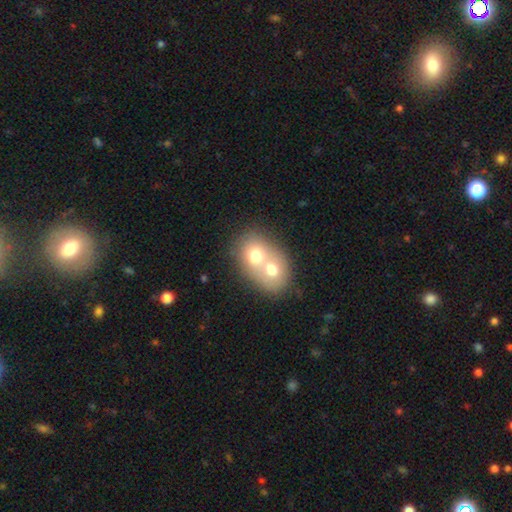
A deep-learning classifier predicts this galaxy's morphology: smooth 64%, featured or disk 27%, star or artifact 9%. Down the decision tree: how rounded — round (50%); merging — merger (77%).